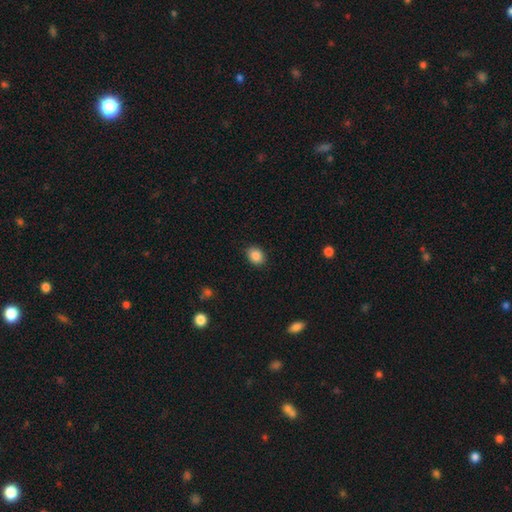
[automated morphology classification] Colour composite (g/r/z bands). It shows a smooth galaxy with no disk features (87%) that is in between round and cigar-shaped (51%). Merging: none (87%).